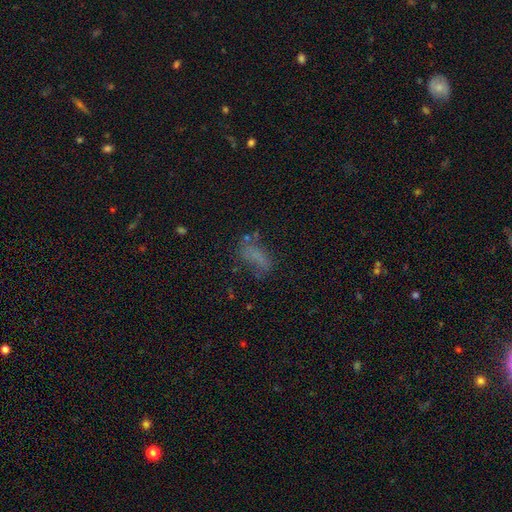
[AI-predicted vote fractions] A smooth galaxy with no disk features (61%) that is in between round and cigar-shaped (76%).

Vote fractions:
- Smooth or featured? smooth: 61% / featured or disk: 22% / star or artifact: 18%
- How rounded? in between: 76% / cigar-shaped: 18% / round: 6%
- Merging? none: 49% / minor disturbance: 23% / major disturbance: 21% / merger: 7%